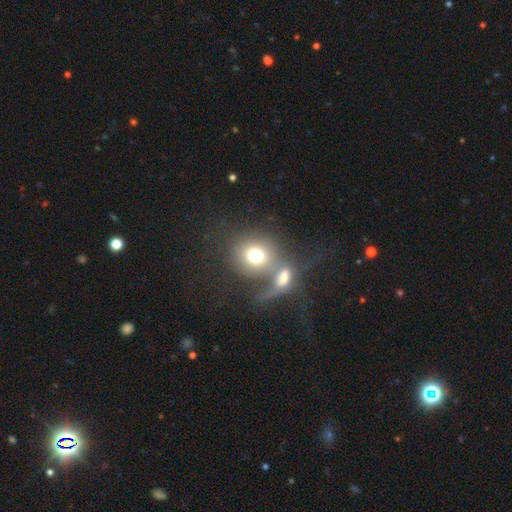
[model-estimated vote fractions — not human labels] Q: Smooth or featured?
A: smooth (66%); runner-up: featured or disk (23%)
Q: How rounded?
A: round (75%); runner-up: in between (24%)
Q: Merging?
A: merger (53%); runner-up: none (25%)